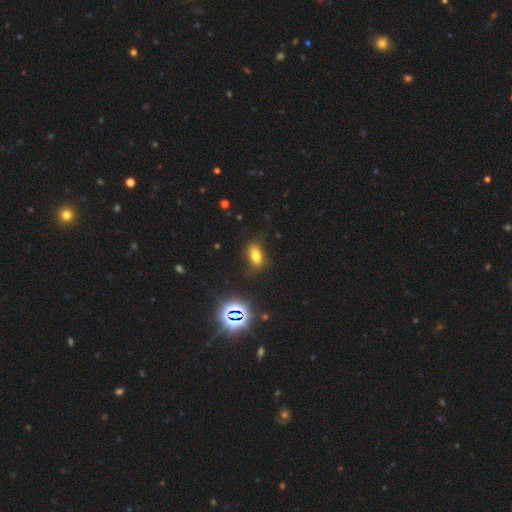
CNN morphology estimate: This appears to be a smooth galaxy with no disk features (69%) that is in between round and cigar-shaped (82%). Merging: none (82%).